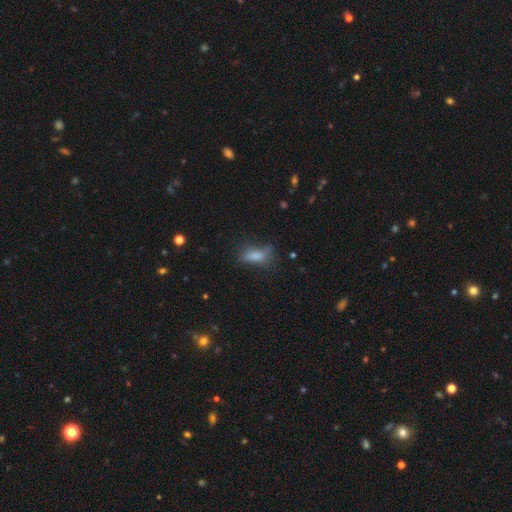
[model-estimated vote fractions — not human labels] Overall: smooth (75%). How rounded: in between (72%). Merging: none (51%; minor disturbance 29%).